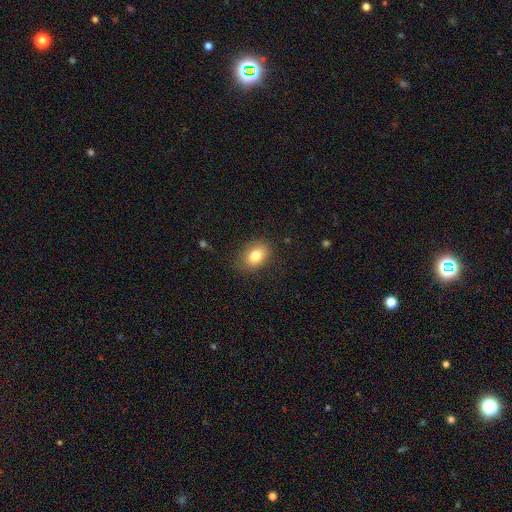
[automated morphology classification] Q: Smooth or featured?
A: smooth (80%); runner-up: featured or disk (10%)
Q: How rounded?
A: in between (73%); runner-up: round (26%)
Q: Merging?
A: none (81%); runner-up: minor disturbance (13%)